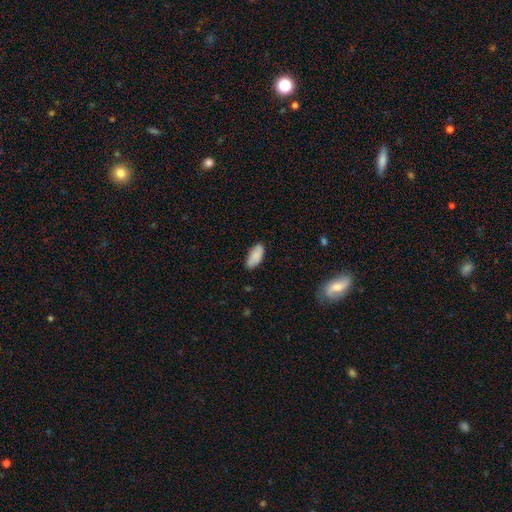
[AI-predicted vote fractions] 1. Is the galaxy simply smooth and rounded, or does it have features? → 86% smooth, 7% featured or disk, 6% star or artifact.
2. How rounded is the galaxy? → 90% in between, 8% cigar-shaped, 2% round.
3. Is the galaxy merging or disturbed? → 80% none, 16% minor disturbance, 3% major disturbance, 2% merger.